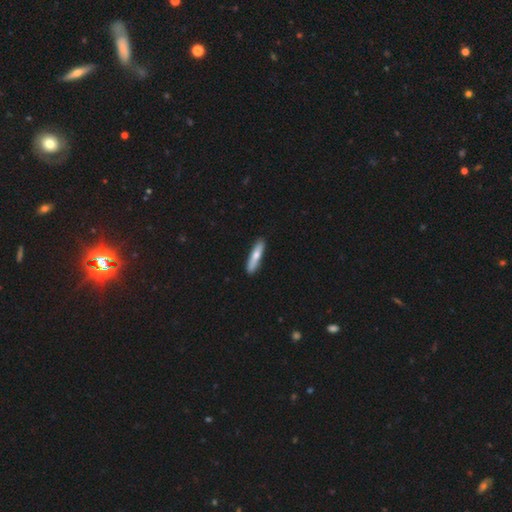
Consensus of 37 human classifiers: This appears to be a smooth galaxy with no disk features (65%) that is cigar-shaped (100%). Merging: none (94%).